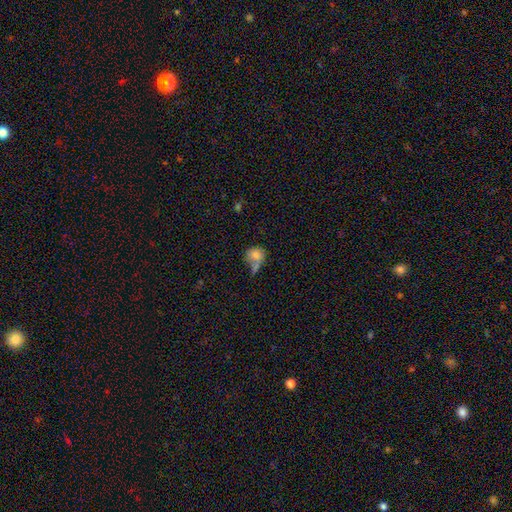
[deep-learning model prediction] smooth-or-featured: smooth: 76% | featured or disk: 14% | star or artifact: 10%
  how-rounded: round: 69% | in between: 29% | cigar-shaped: 2%
  merging: none: 34% | merger: 29% | minor disturbance: 20% | major disturbance: 17%